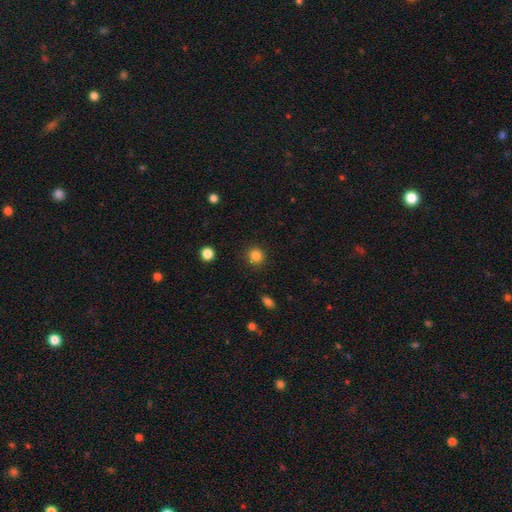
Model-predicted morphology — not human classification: This appears to be a smooth galaxy with no disk features (84%) that is round (92%). Merging: none (91%).